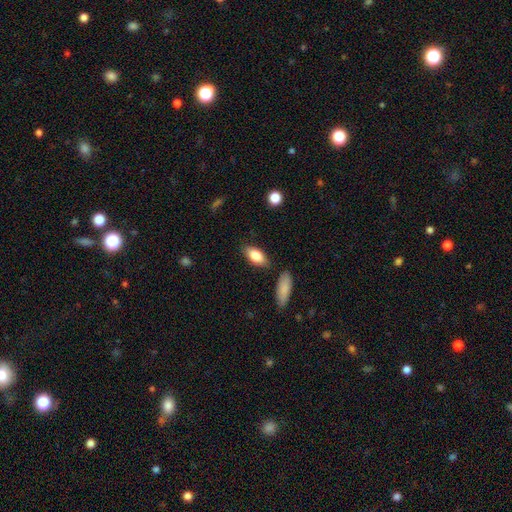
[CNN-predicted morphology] Smooth or featured?
  - smooth: 82% *
  - featured or disk: 11%
  - star or artifact: 7%
How rounded?
  - in between: 87% *
  - cigar-shaped: 10%
  - round: 3%
Merging?
  - none: 81% *
  - minor disturbance: 12%
  - merger: 4%
  - major disturbance: 3%